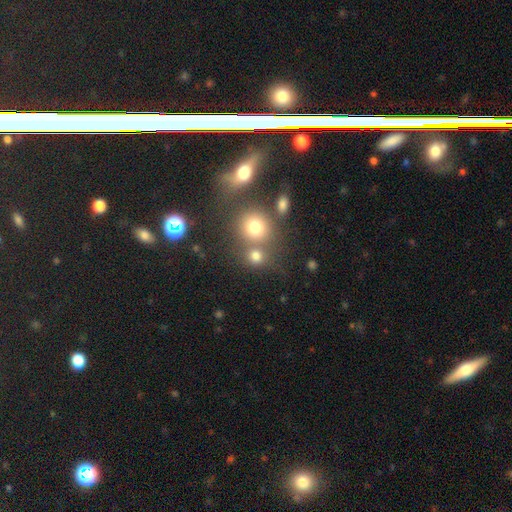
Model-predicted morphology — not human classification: Q: Smooth or featured?
A: smooth (75%); runner-up: star or artifact (16%)
Q: How rounded?
A: round (83%); runner-up: in between (16%)
Q: Merging?
A: none (56%); runner-up: merger (32%)